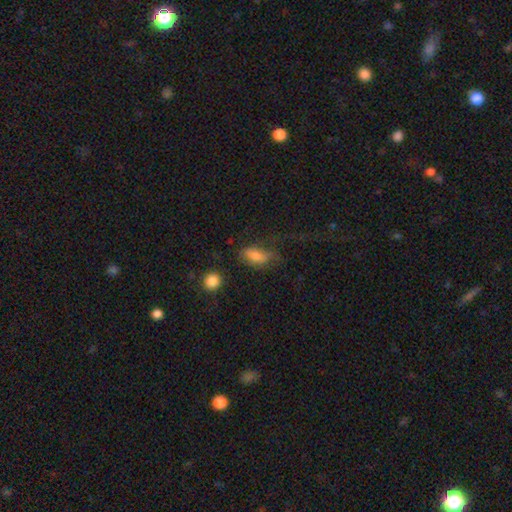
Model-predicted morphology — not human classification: This is likely a smooth galaxy (73%). How rounded: clearly in between (83%). Merging: marginally none (44%).